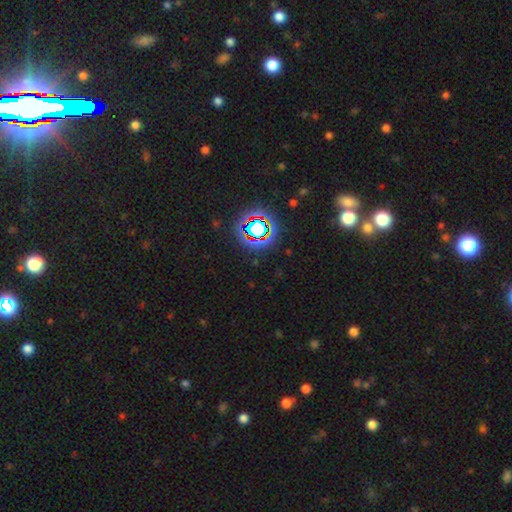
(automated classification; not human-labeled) Smooth or featured? star or artifact (77%)